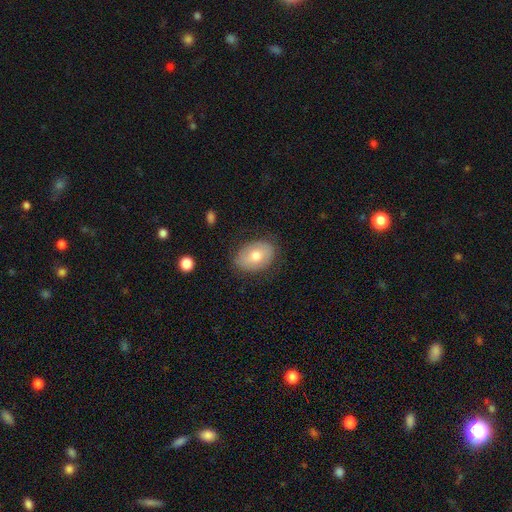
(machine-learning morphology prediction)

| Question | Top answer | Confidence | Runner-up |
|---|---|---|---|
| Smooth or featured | smooth | 72% | featured or disk (21%) |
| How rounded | in between | 83% | round (16%) |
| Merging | none | 81% | minor disturbance (14%) |